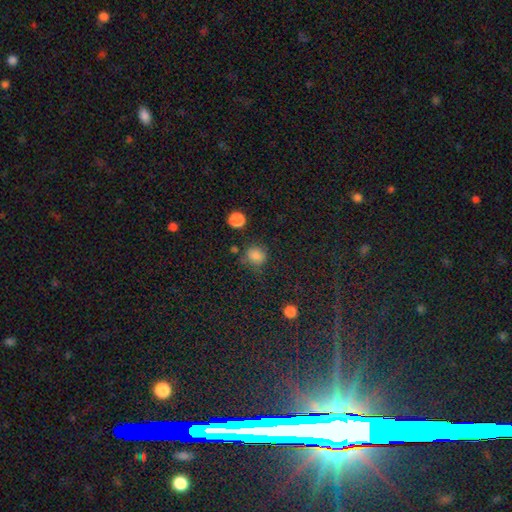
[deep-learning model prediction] smooth_or_featured: smooth (p=0.81) [alt: star or artifact p=0.14]
how_rounded: round (p=0.82) [alt: in between p=0.17]
merging: none (p=0.73) [alt: minor disturbance p=0.16]